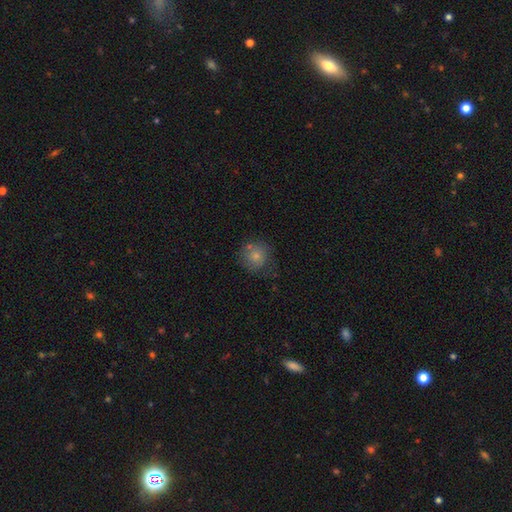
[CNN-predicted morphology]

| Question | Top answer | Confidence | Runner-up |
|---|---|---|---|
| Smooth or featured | smooth | 78% | featured or disk (13%) |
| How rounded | round | 90% | in between (9%) |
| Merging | none | 65% | minor disturbance (20%) |